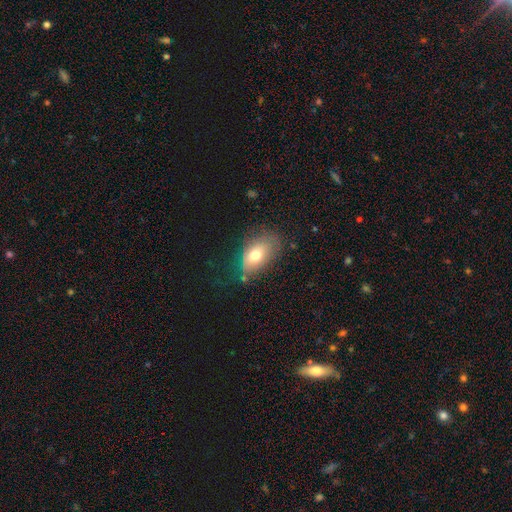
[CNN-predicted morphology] The model was most divided on "merging": none: 56%, minor disturbance: 27%, major disturbance: 13%, merger: 4%. More confident: how rounded — in between (87%); smooth or featured — smooth (67%).